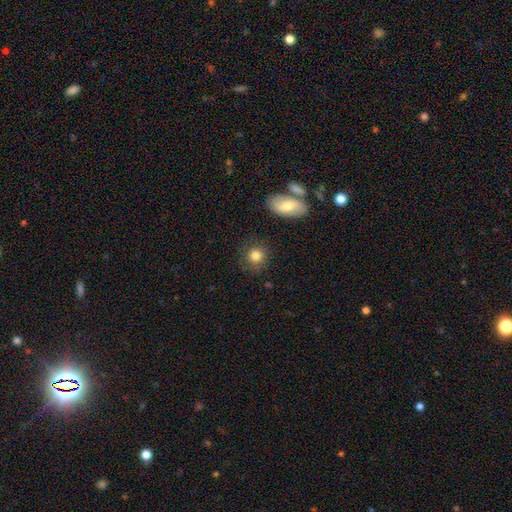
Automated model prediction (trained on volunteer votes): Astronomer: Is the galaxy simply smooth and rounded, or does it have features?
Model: smooth — 83%.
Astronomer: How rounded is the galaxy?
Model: round — 85%.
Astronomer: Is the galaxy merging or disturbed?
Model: none — 82%.